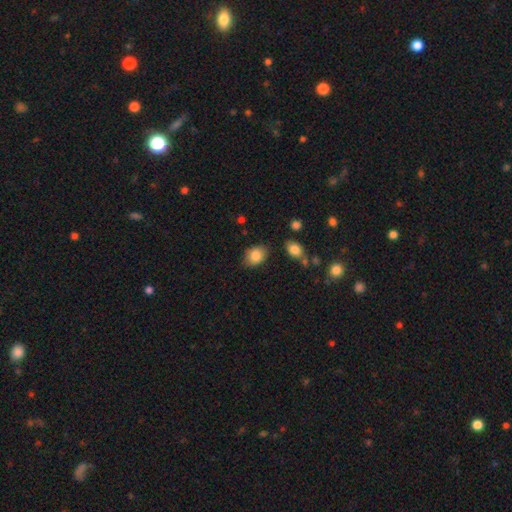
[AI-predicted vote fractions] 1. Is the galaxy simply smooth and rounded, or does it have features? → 84% smooth, 8% featured or disk, 8% star or artifact.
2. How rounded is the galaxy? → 73% in between, 26% round, 1% cigar-shaped.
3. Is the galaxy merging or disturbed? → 79% none, 15% minor disturbance, 3% major disturbance, 3% merger.